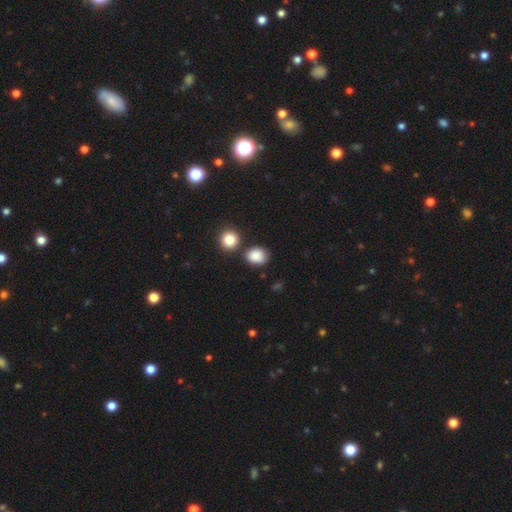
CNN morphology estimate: Q: Smooth or featured?
A: smooth (86%); runner-up: star or artifact (9%)
Q: How rounded?
A: round (60%); runner-up: in between (39%)
Q: Merging?
A: none (72%); runner-up: minor disturbance (15%)